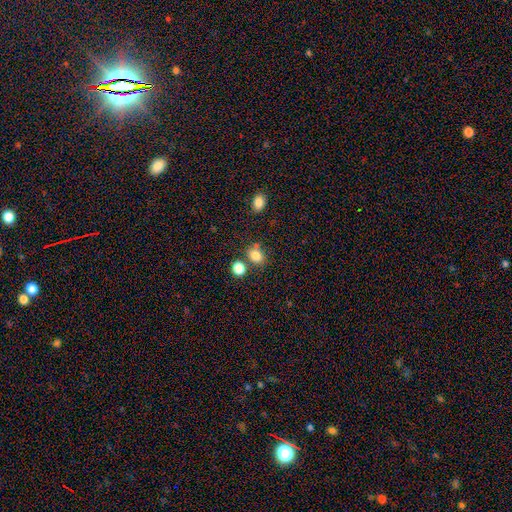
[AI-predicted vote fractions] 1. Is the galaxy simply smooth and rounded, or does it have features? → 82% smooth, 12% star or artifact, 6% featured or disk.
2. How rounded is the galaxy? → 55% in between, 44% round, 1% cigar-shaped.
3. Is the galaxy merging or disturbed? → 66% none, 17% merger, 13% minor disturbance, 4% major disturbance.